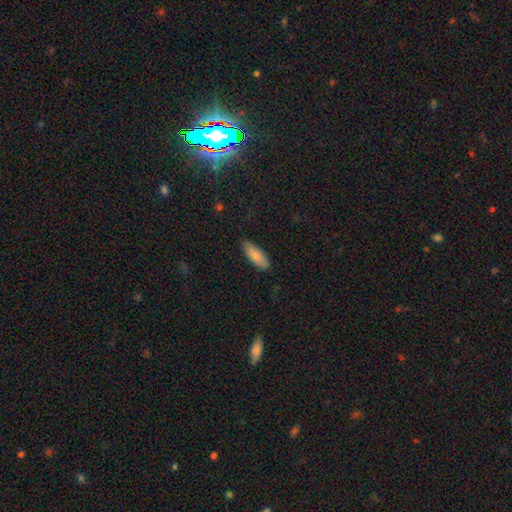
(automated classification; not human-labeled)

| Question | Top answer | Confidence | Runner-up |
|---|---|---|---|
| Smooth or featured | smooth | 85% | featured or disk (10%) |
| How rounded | in between | 66% | cigar-shaped (33%) |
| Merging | none | 85% | minor disturbance (12%) |